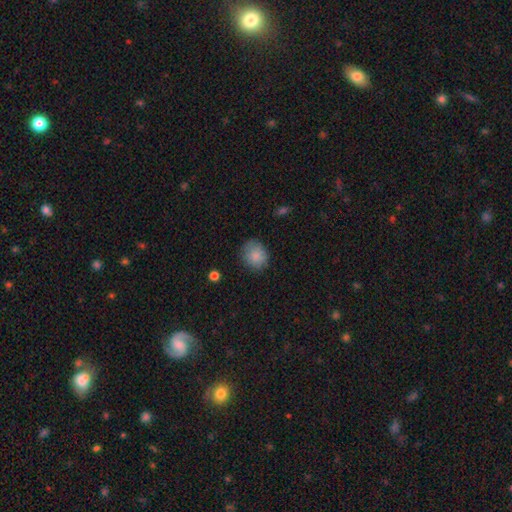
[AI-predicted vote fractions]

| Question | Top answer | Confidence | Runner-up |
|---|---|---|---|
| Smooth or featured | smooth | 85% | star or artifact (8%) |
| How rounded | round | 67% | in between (32%) |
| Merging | none | 80% | minor disturbance (15%) |